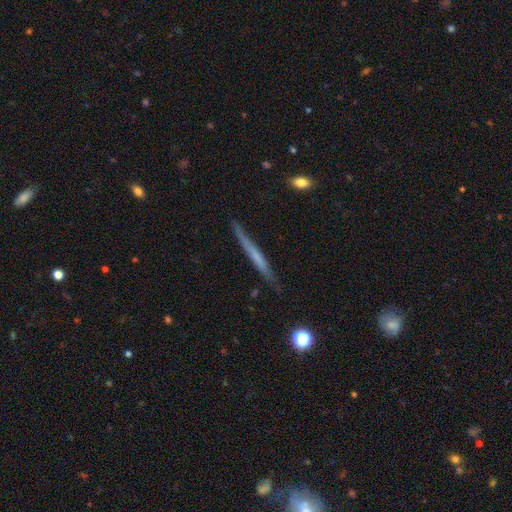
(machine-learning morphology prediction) This is possibly a featured or disk galaxy (49%). Merging: clearly none (83%).